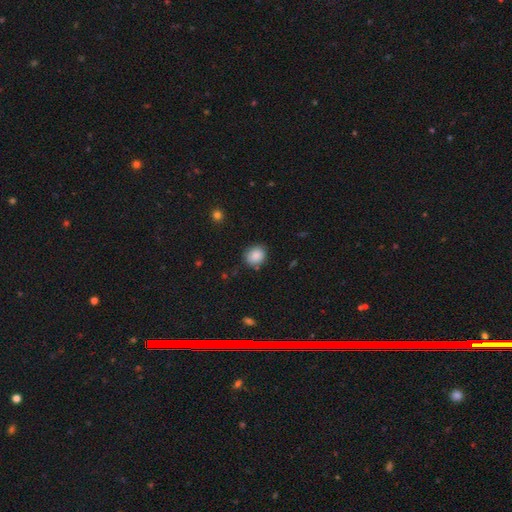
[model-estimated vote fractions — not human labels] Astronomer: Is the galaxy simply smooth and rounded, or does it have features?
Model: smooth — 87%.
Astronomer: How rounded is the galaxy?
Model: round — 67%.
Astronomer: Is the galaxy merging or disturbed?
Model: none — 81%.